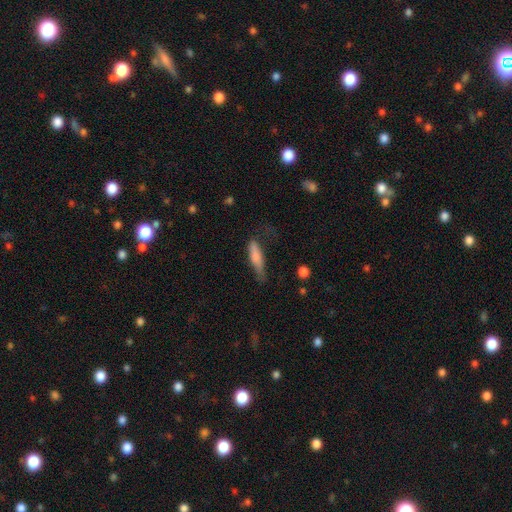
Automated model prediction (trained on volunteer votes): Morphology: type=smooth (72%); roundness=cigar-shaped (73%); merging=none (45%).